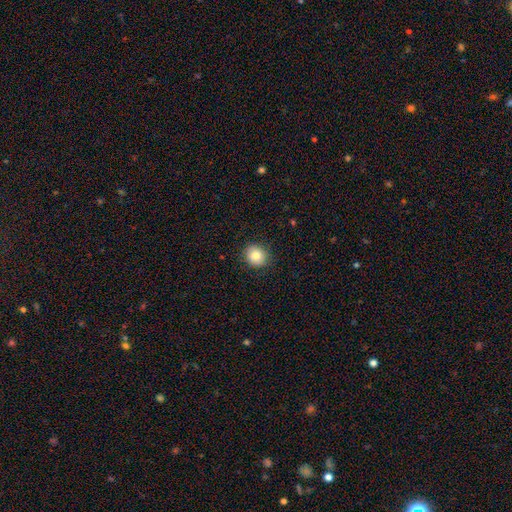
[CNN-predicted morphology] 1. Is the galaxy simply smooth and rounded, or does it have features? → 81% smooth, 10% featured or disk, 9% star or artifact.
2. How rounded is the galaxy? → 83% round, 16% in between, 1% cigar-shaped.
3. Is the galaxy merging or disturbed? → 88% none, 9% minor disturbance, 2% major disturbance, 1% merger.